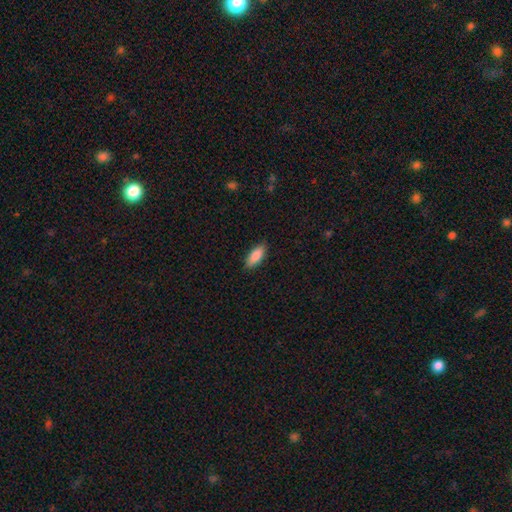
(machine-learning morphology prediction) Overall: smooth (87%). How rounded: in between (74%). Merging: none (87%).